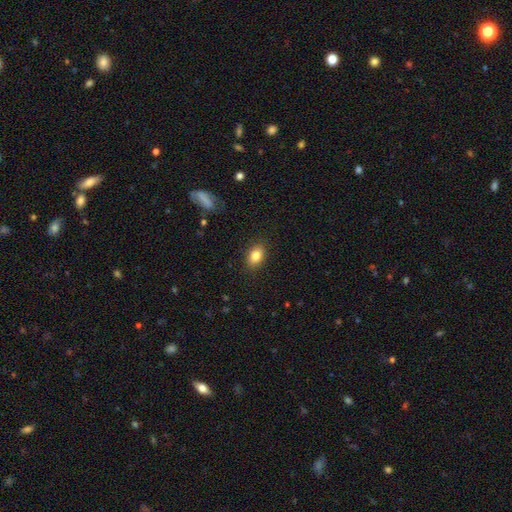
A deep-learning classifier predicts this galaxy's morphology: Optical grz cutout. It shows a smooth galaxy with no disk features (84%) that is in between round and cigar-shaped (81%). Merging: none (87%).